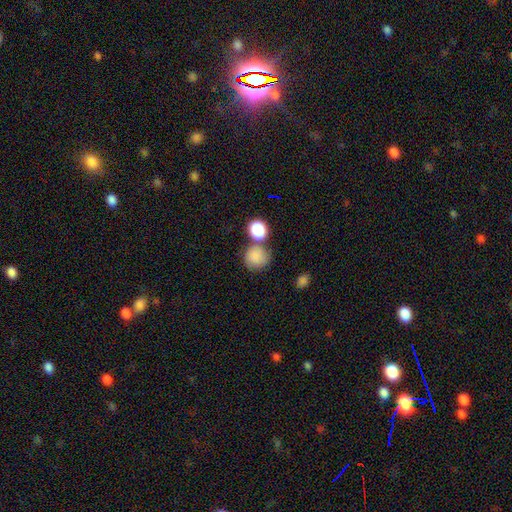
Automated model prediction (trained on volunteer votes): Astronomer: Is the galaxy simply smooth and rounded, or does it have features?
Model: smooth — 82%.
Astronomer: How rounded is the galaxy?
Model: round — 86%.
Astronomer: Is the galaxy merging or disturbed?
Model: none — 56%.